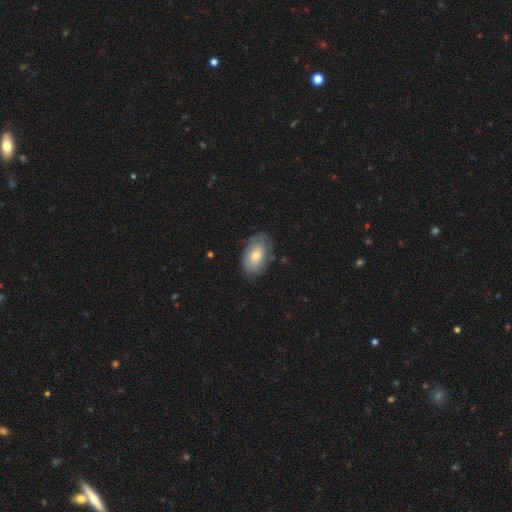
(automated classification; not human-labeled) smooth-or-featured: smooth: 70% | featured or disk: 23% | star or artifact: 6%
  how-rounded: in between: 92% | round: 7% | cigar-shaped: 1%
  merging: none: 70% | minor disturbance: 22% | major disturbance: 6% | merger: 2%